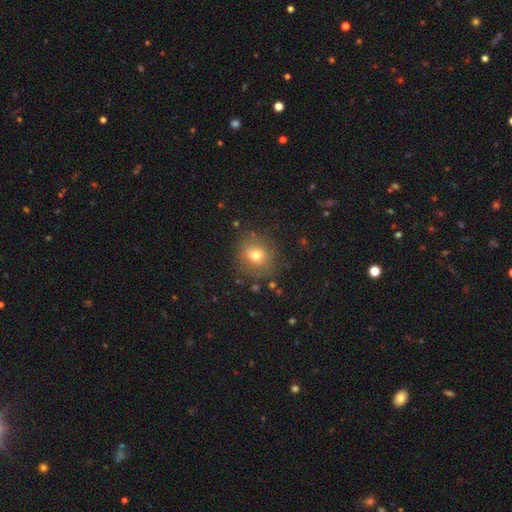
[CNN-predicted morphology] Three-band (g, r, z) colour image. It shows a smooth galaxy with no disk features (73%) that is round (84%). Merging: none (81%).